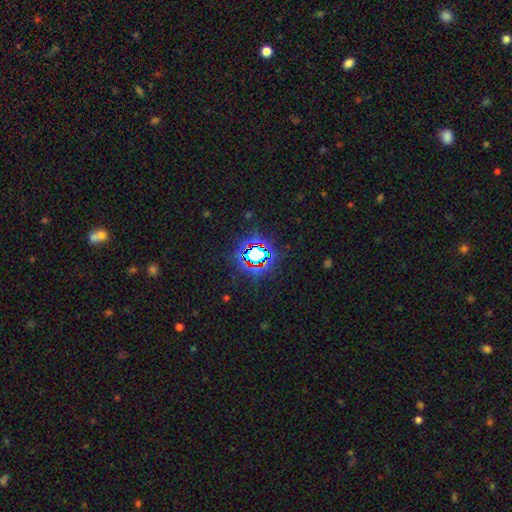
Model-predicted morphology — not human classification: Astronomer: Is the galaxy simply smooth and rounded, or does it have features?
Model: star or artifact — 74%.